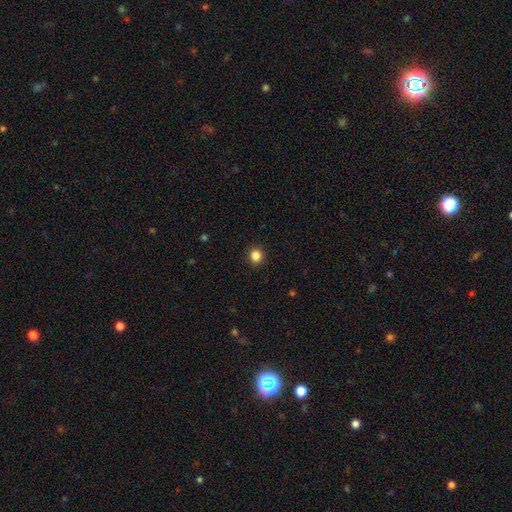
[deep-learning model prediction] Smooth or featured? smooth (86%)
How rounded? round (87%)
Merging? none (92%)